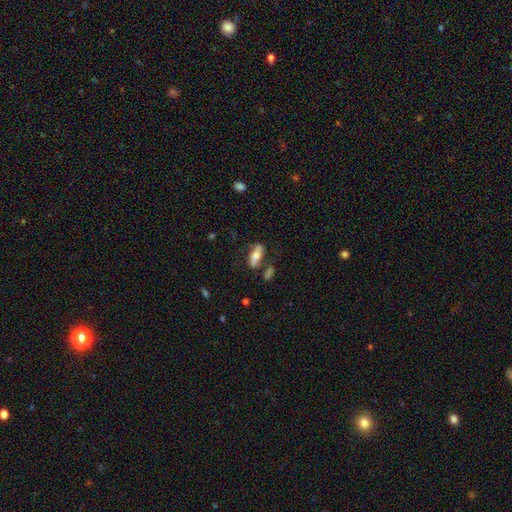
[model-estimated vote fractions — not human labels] smooth-or-featured: smooth: 62% | featured or disk: 31% | star or artifact: 7%
  how-rounded: in between: 64% | cigar-shaped: 33% | round: 3%
  merging: none: 66% | minor disturbance: 18% | merger: 9% | major disturbance: 7%